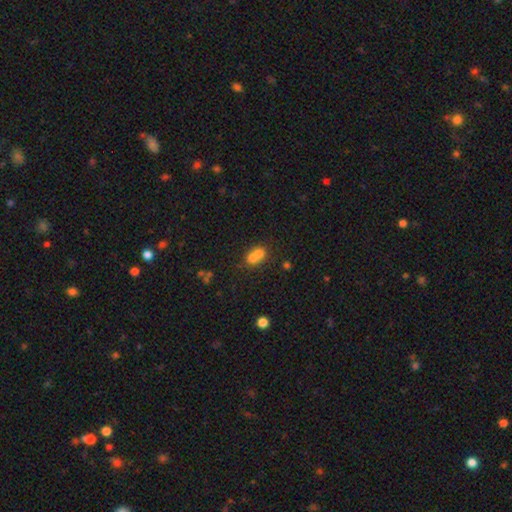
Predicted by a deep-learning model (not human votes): smooth 67%, featured or disk 20%, star or artifact 13%. Down the decision tree: how rounded — round (58%); merging — merger (67%).